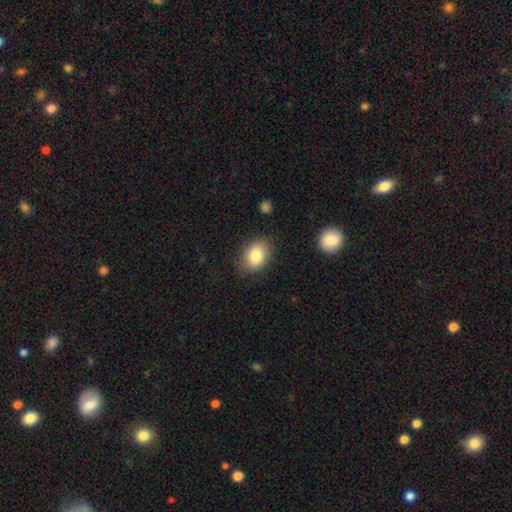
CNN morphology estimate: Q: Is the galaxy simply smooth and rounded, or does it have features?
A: smooth — 83%.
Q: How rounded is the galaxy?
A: in between — 70%.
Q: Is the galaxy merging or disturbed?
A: none — 81%.